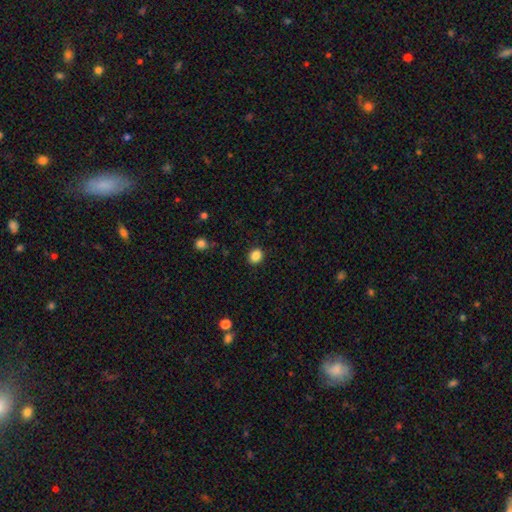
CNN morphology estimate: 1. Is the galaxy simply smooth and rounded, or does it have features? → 86% smooth, 10% star or artifact, 3% featured or disk.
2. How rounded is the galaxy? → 62% round, 37% in between, 1% cigar-shaped.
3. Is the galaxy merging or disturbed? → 90% none, 7% minor disturbance, 2% major disturbance, 1% merger.